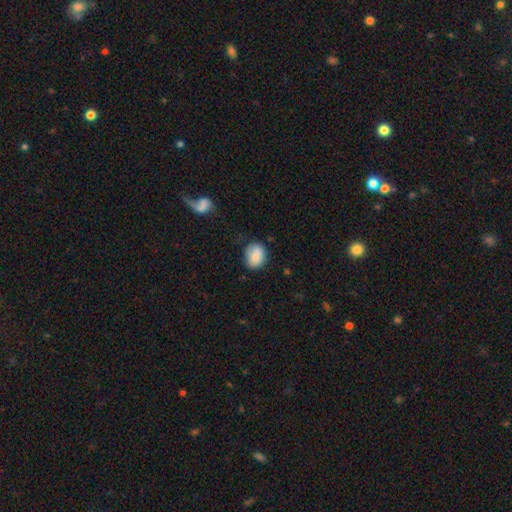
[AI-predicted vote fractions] Smooth or featured: smooth — 83% (featured or disk — 9%)
How rounded: round — 51% (in between — 48%)
Merging: none — 64% (minor disturbance — 26%)